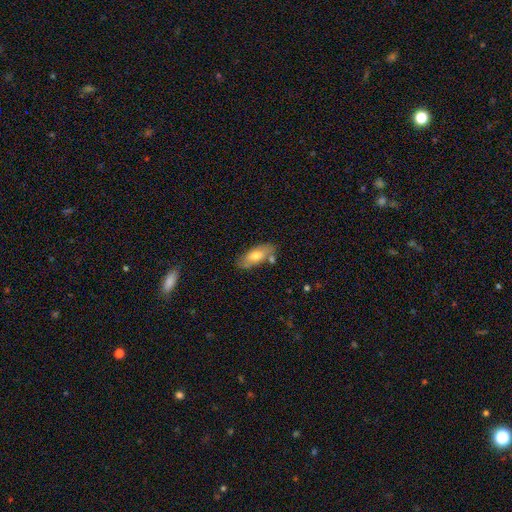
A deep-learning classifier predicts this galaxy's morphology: A smooth galaxy with no disk features (64%) that is in between round and cigar-shaped (84%).

Vote fractions:
- Smooth or featured? smooth: 64% / featured or disk: 30% / star or artifact: 6%
- How rounded? in between: 84% / cigar-shaped: 13% / round: 3%
- Merging? none: 69% / minor disturbance: 17% / merger: 9% / major disturbance: 4%